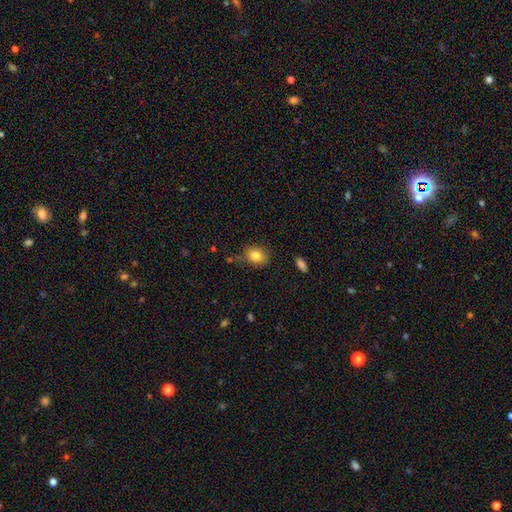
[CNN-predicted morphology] type=smooth (83%); roundness=in between (51%); merging=none (76%).